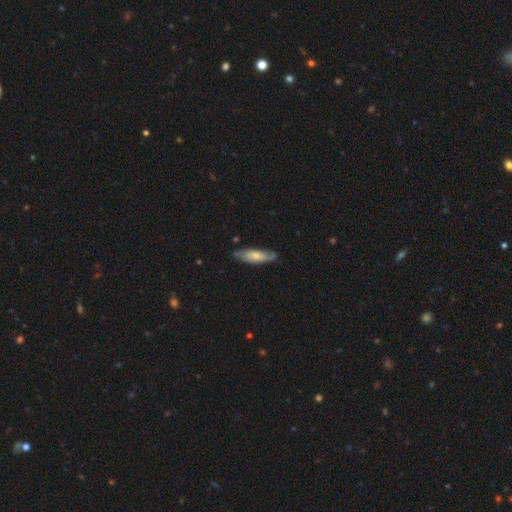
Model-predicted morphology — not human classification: The model was most divided on "how rounded": cigar-shaped: 55%, in between: 43%, round: 2%. More confident: merging — none (74%); smooth or featured — smooth (60%).